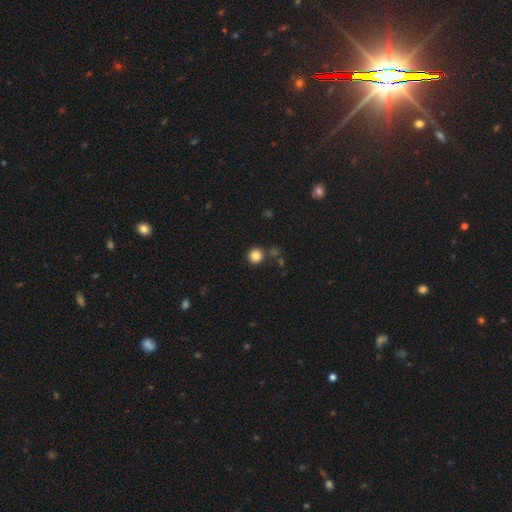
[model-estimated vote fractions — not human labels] The model was most divided on "smooth or featured": smooth: 84%, star or artifact: 12%, featured or disk: 5%. More confident: how rounded — round (94%); merging — none (84%).